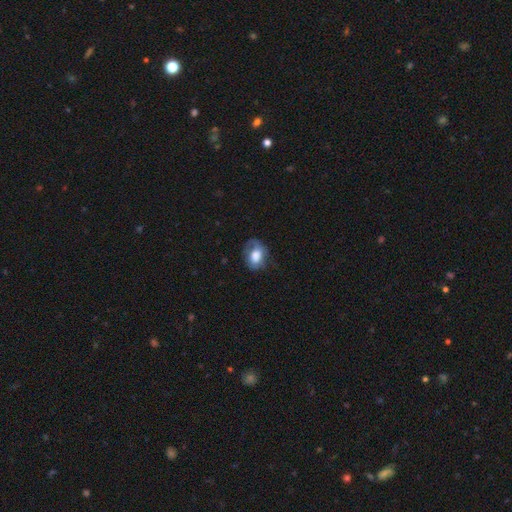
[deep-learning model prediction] smooth_or_featured: smooth (p=0.63) [alt: featured or disk p=0.29]
how_rounded: in between (p=0.64) [alt: round p=0.35]
merging: none (p=0.52) [alt: minor disturbance p=0.29]